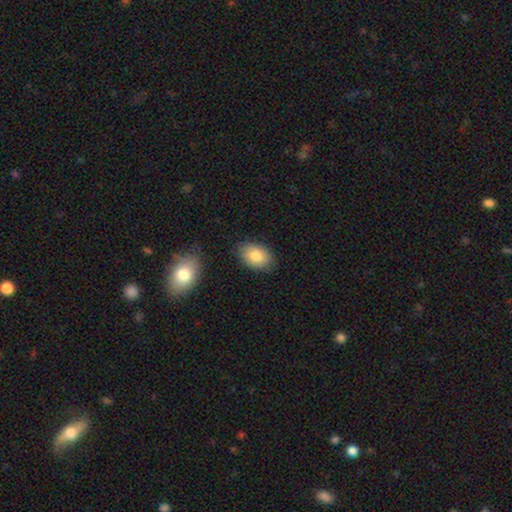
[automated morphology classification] Overall: smooth (83%). How rounded: in between (86%). Merging: none (83%).